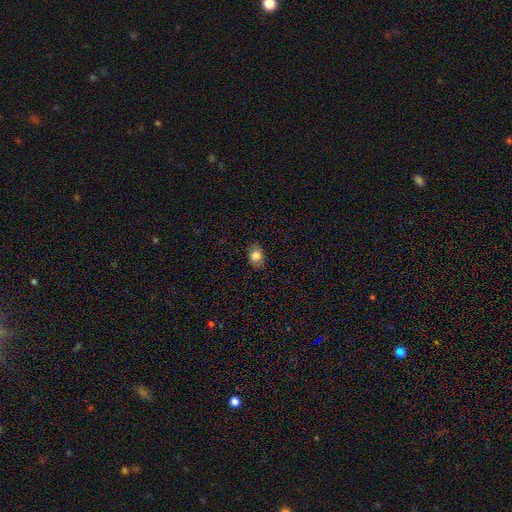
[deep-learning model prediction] Smooth or featured: smooth — 80% (featured or disk — 10%)
How rounded: in between — 67% (round — 32%)
Merging: none — 84% (minor disturbance — 12%)